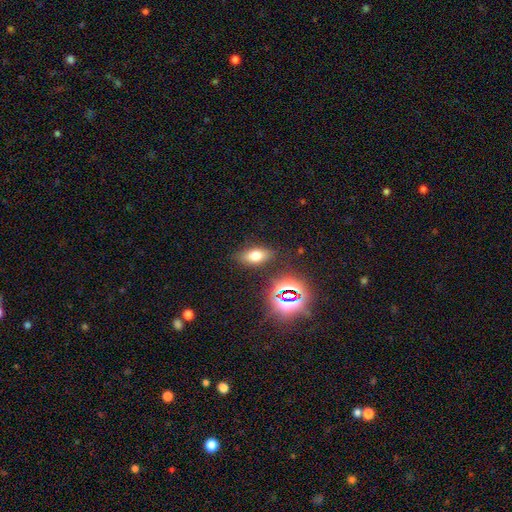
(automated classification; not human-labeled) smooth 65%, star or artifact 20%, featured or disk 15%. Down the decision tree: how rounded — in between (80%); merging — none (83%).